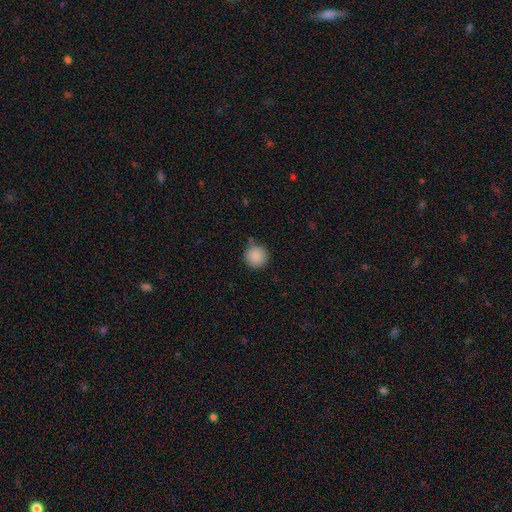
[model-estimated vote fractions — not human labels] A smooth galaxy with no disk features (88%) that is round (95%).

Vote fractions:
- Smooth or featured? smooth: 88% / star or artifact: 8% / featured or disk: 3%
- How rounded? round: 95% / in between: 4% / cigar-shaped: 1%
- Merging? none: 84% / minor disturbance: 10% / merger: 3% / major disturbance: 3%